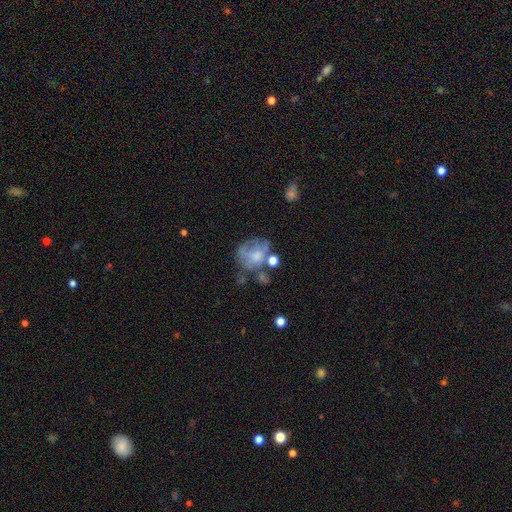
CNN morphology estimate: This is possibly a smooth galaxy (47%). Merging: marginally none (35%).